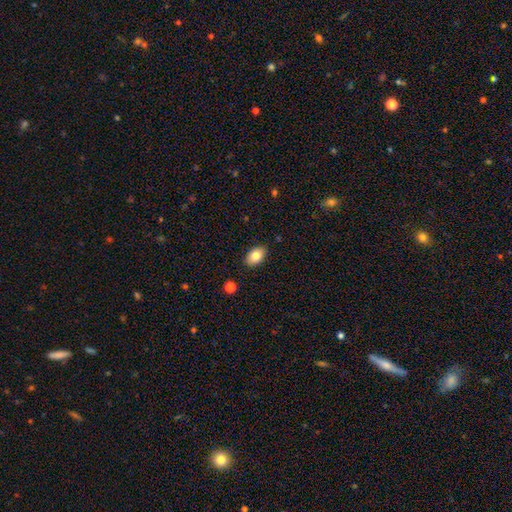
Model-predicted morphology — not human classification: Smooth or featured?
  - smooth: 82% *
  - featured or disk: 10%
  - star or artifact: 8%
How rounded?
  - in between: 88% *
  - round: 10%
  - cigar-shaped: 1%
Merging?
  - none: 87% *
  - minor disturbance: 10%
  - major disturbance: 2%
  - merger: 1%